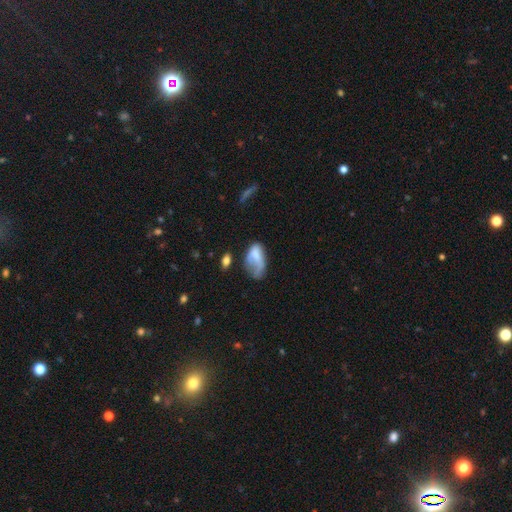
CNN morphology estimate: Smooth or featured? smooth (61%)
How rounded? in between (90%)
Merging? major disturbance (42%)